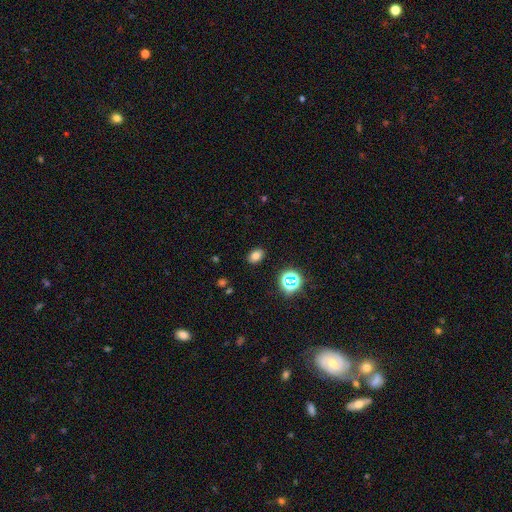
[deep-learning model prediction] smooth-or-featured: smooth: 76% | star or artifact: 17% | featured or disk: 7%
  how-rounded: in between: 77% | round: 22% | cigar-shaped: 1%
  merging: none: 87% | minor disturbance: 8% | major disturbance: 3% | merger: 2%